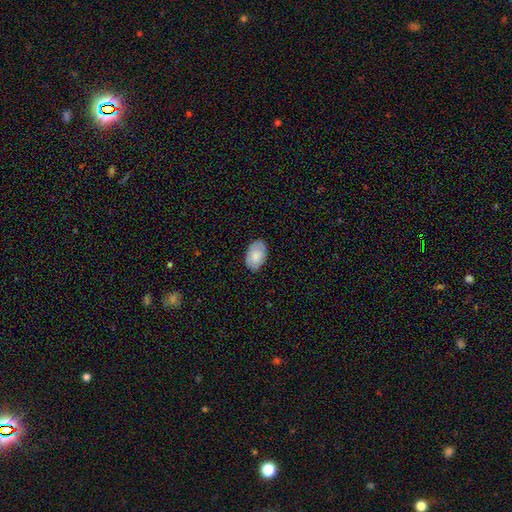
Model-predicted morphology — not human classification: This appears to be a smooth galaxy with no disk features (81%) that is in between round and cigar-shaped (91%). Merging: none (83%).